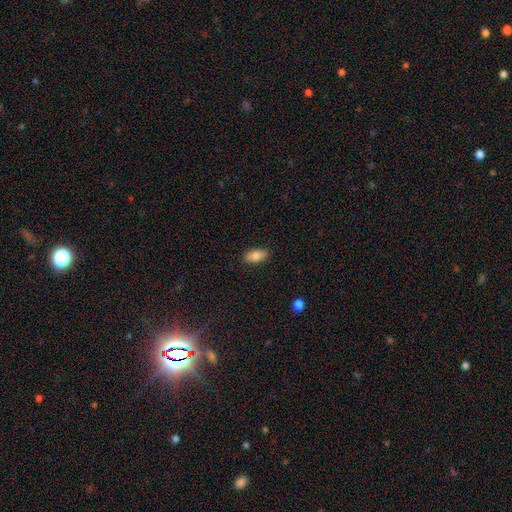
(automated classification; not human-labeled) Smooth or featured? smooth (81%)
How rounded? in between (89%)
Merging? none (87%)